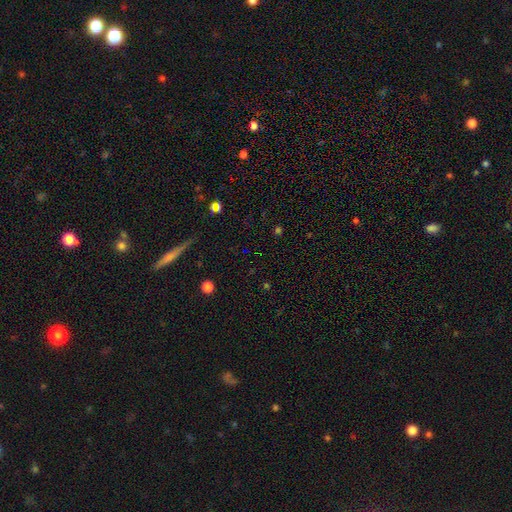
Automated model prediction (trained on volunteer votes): Smooth or featured? Predicted: star or artifact (p=0.67).